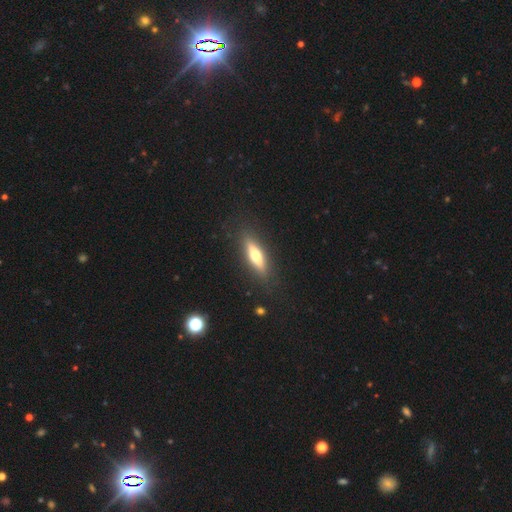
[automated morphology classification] A smooth galaxy with no disk features (48%). Merging: none (86%).